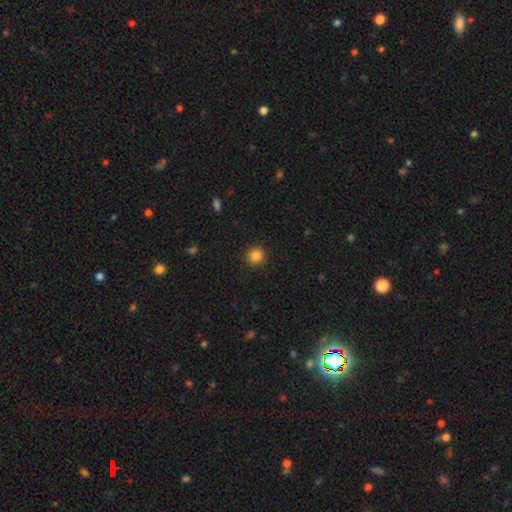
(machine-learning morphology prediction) Smooth or featured? smooth (86%)
How rounded? round (95%)
Merging? none (92%)